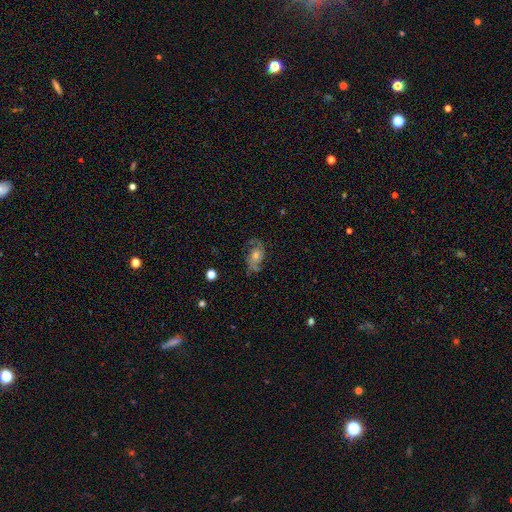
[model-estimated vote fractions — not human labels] Q: Smooth or featured?
A: featured or disk (74%); runner-up: smooth (14%)
Q: Edge-on disk?
A: no (96%); runner-up: yes (4%)
Q: Bar?
A: no (67%); runner-up: weak (27%)
Q: Spiral arms?
A: yes (93%); runner-up: no (7%)
Q: Spiral winding?
A: medium (50%); runner-up: tight (28%)
Q: Spiral arm count?
A: 2 (80%); runner-up: can't tell (10%)
Q: Bulge size?
A: moderate (60%); runner-up: small (28%)
Q: Merging?
A: none (76%); runner-up: minor disturbance (15%)